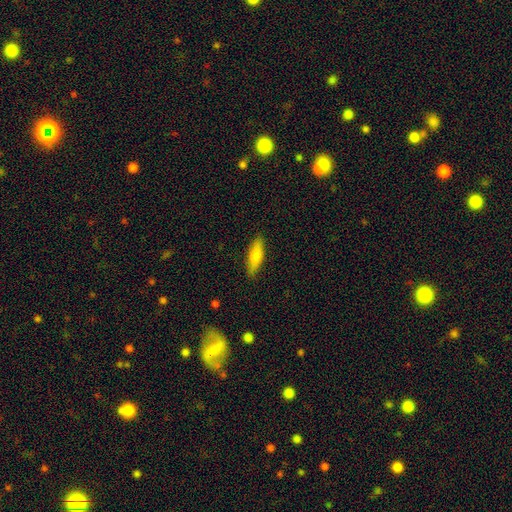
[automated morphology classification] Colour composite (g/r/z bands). It shows a smooth galaxy with no disk features (72%) that is cigar-shaped (51%). Merging: none (87%).